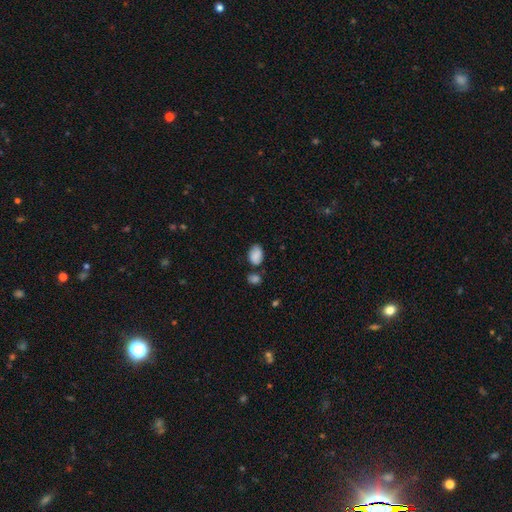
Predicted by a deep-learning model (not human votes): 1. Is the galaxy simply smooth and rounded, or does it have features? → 84% smooth, 8% star or artifact, 7% featured or disk.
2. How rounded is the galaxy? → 83% in between, 16% round, 1% cigar-shaped.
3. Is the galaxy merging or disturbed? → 62% none, 22% minor disturbance, 10% merger, 5% major disturbance.